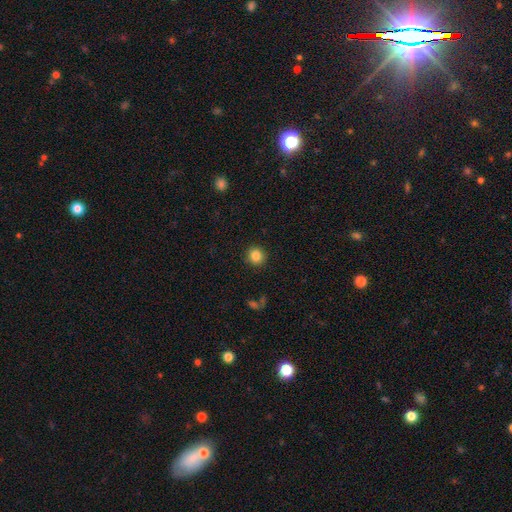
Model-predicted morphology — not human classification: Q: Smooth or featured?
A: smooth (84%); runner-up: star or artifact (10%)
Q: How rounded?
A: round (92%); runner-up: in between (7%)
Q: Merging?
A: none (91%); runner-up: minor disturbance (6%)